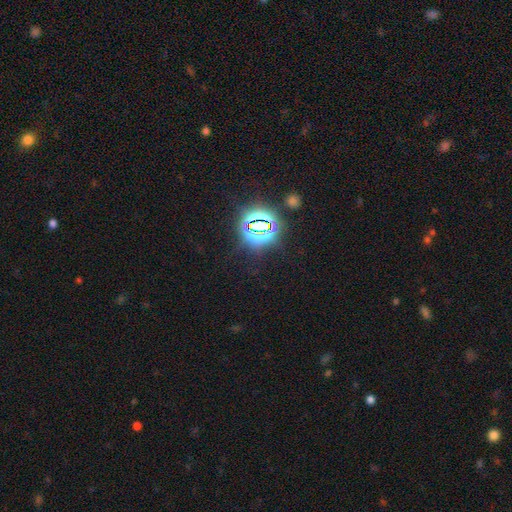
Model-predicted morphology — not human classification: Overall: star or artifact (83%).